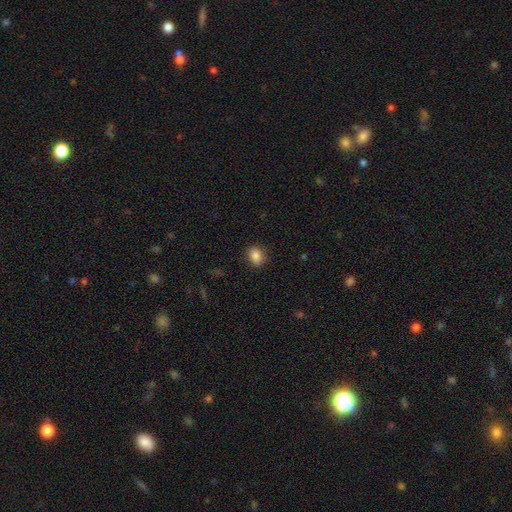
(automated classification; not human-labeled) The model was most divided on "how rounded": in between: 54%, round: 45%, cigar-shaped: 1%. More confident: merging — none (89%); smooth or featured — smooth (85%).